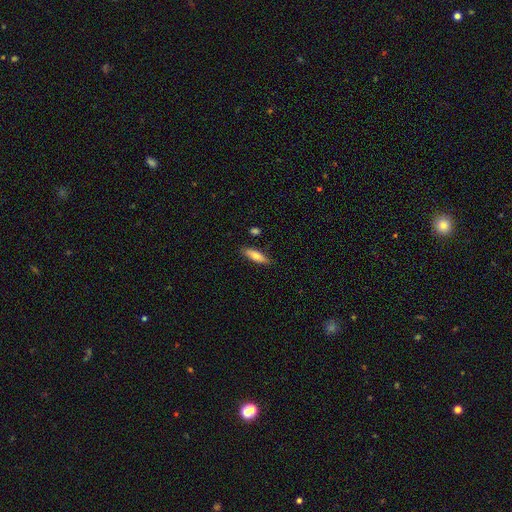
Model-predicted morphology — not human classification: Q: Smooth or featured?
A: smooth (73%); runner-up: featured or disk (21%)
Q: How rounded?
A: cigar-shaped (53%); runner-up: in between (45%)
Q: Merging?
A: none (83%); runner-up: minor disturbance (12%)